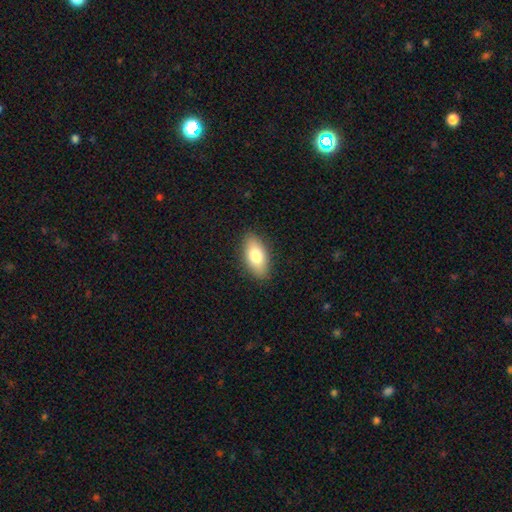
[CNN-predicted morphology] This is likely a smooth galaxy (77%). How rounded: clearly in between (89%). Merging: clearly none (88%).